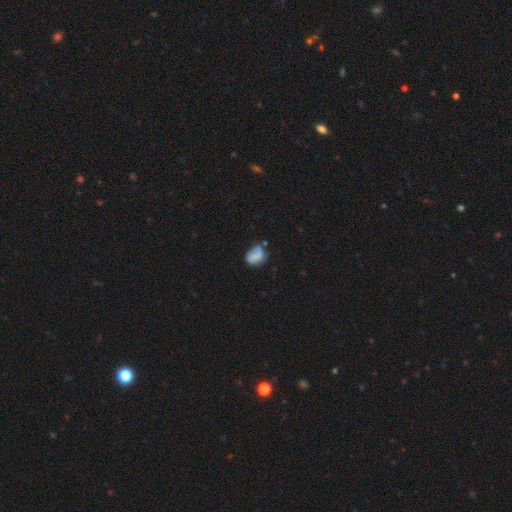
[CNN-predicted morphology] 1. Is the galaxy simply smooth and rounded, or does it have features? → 54% smooth, 36% featured or disk, 10% star or artifact.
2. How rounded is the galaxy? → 53% in between, 46% round, 2% cigar-shaped.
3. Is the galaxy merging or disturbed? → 51% none, 28% minor disturbance, 14% major disturbance, 7% merger.